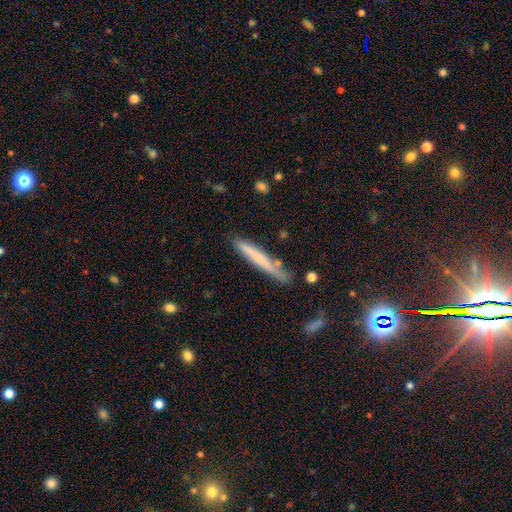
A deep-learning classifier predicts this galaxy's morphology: Overall: smooth (61%; featured or disk 32%). How rounded: cigar-shaped (95%). Merging: none (72%).